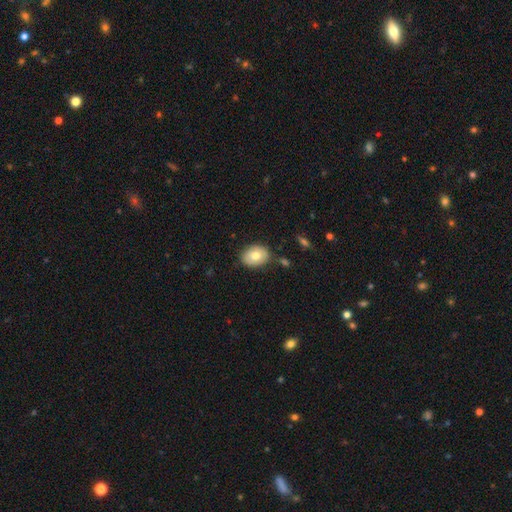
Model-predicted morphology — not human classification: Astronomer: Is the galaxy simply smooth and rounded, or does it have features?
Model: smooth — 74%.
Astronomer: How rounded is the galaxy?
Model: in between — 64%.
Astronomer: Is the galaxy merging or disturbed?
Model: none — 81%.